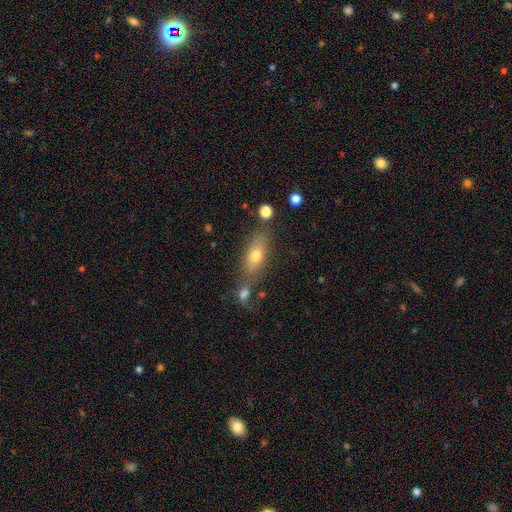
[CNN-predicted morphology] Smooth or featured: smooth — 69% (featured or disk — 22%)
How rounded: in between — 73% (cigar-shaped — 21%)
Merging: none — 62% (merger — 17%)